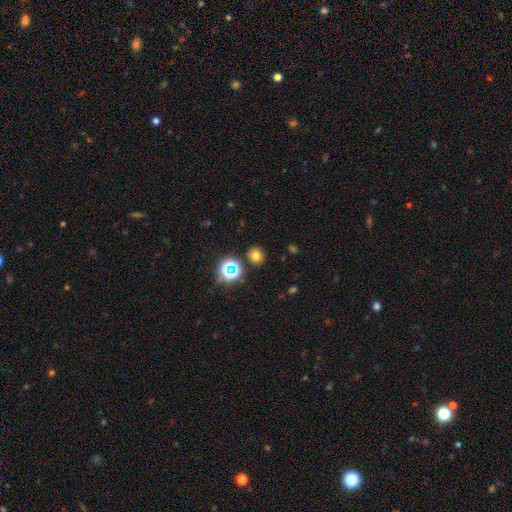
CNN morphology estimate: This appears to be a smooth galaxy with no disk features (70%) that is round (79%). Merging: none (85%).